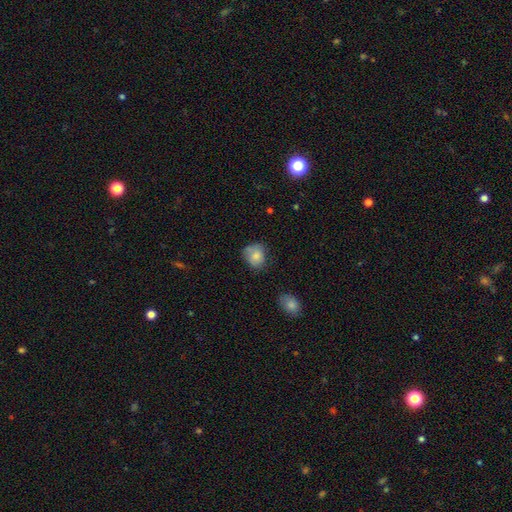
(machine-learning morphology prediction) A smooth galaxy with no disk features (81%) that is round (62%).

Vote fractions:
- Smooth or featured? smooth: 81% / featured or disk: 11% / star or artifact: 8%
- How rounded? round: 62% / in between: 37% / cigar-shaped: 1%
- Merging? none: 57% / minor disturbance: 32% / major disturbance: 8% / merger: 3%